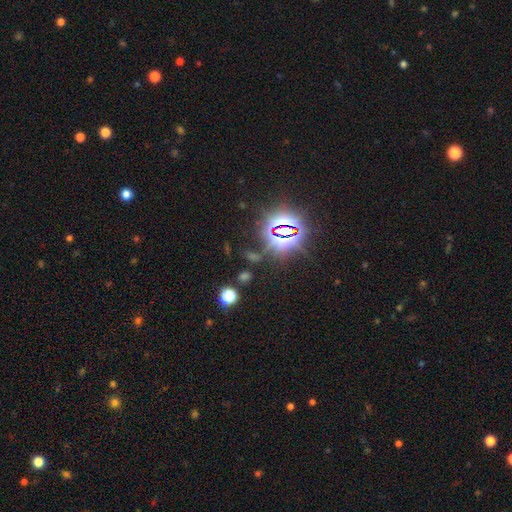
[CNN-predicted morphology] star or artifact 76%, smooth 17%, featured or disk 8%.